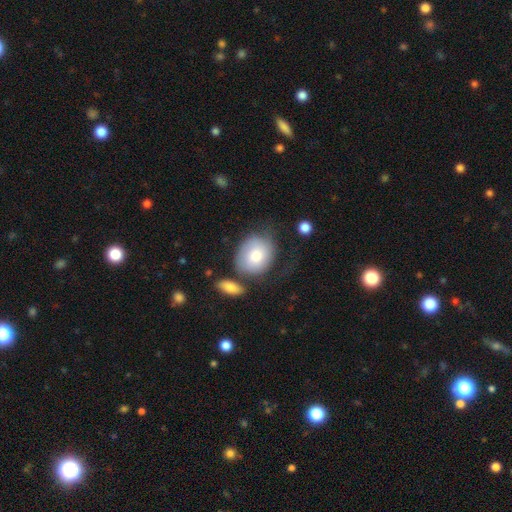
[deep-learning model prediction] This appears to be a smooth galaxy with no disk features (74%) that is round (63%). Merging: none (50%).